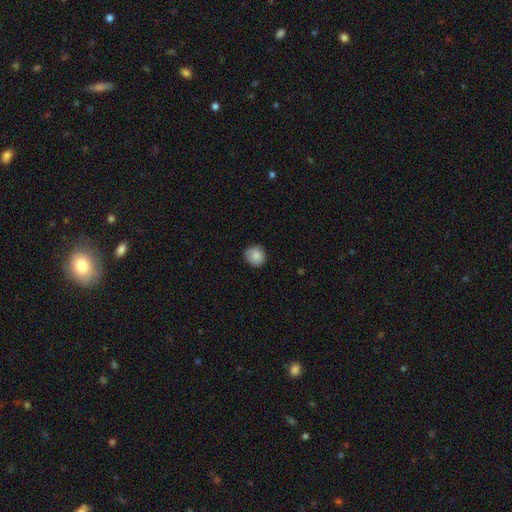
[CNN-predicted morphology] Overall: smooth (87%). How rounded: round (90%). Merging: none (90%).